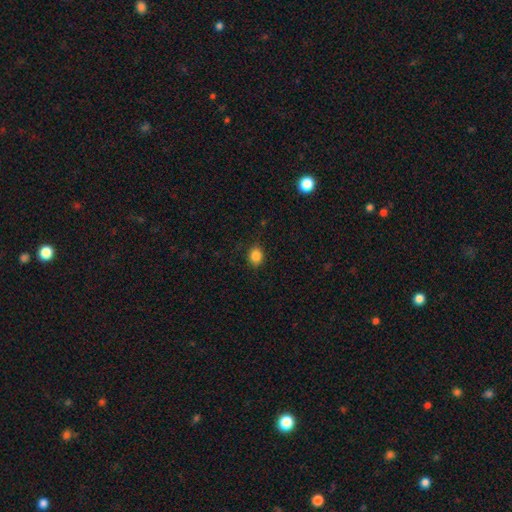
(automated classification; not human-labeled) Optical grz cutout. It shows a smooth galaxy with no disk features (85%) that is round (52%). Merging: none (86%).